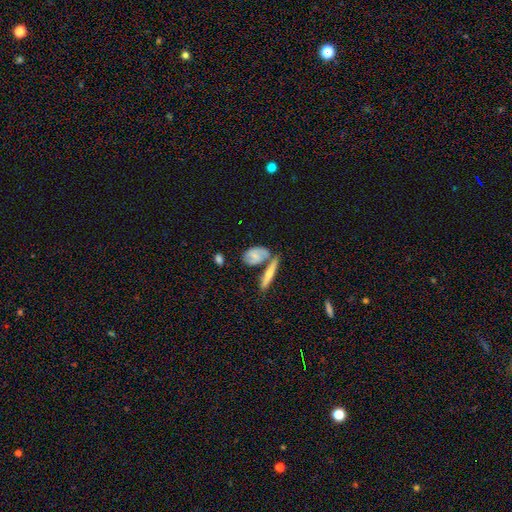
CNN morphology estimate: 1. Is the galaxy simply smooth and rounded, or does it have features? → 52% smooth, 40% featured or disk, 7% star or artifact.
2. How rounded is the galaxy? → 73% in between, 18% cigar-shaped, 9% round.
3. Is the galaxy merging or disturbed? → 47% none, 28% merger, 18% minor disturbance, 8% major disturbance.